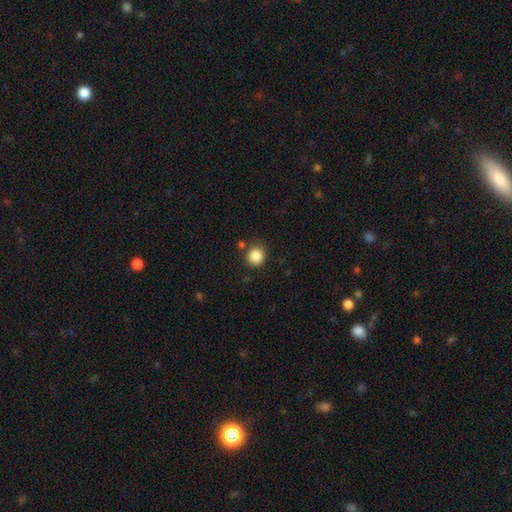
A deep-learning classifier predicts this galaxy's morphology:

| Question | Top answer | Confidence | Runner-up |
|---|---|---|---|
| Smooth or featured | smooth | 86% | star or artifact (10%) |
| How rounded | round | 84% | in between (16%) |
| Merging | none | 80% | minor disturbance (11%) |